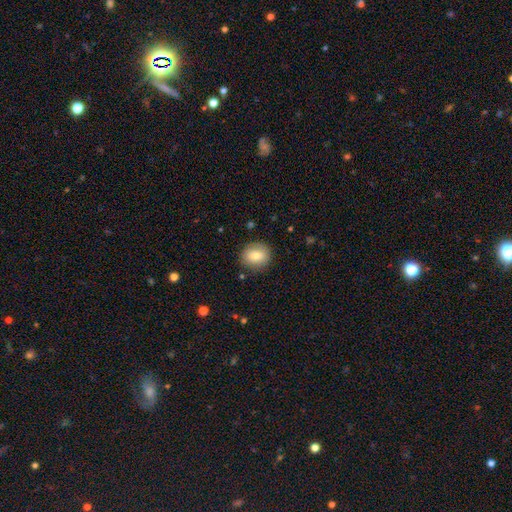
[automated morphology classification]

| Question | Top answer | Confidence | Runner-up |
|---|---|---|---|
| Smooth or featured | smooth | 80% | featured or disk (12%) |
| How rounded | round | 76% | in between (23%) |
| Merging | none | 85% | minor disturbance (10%) |